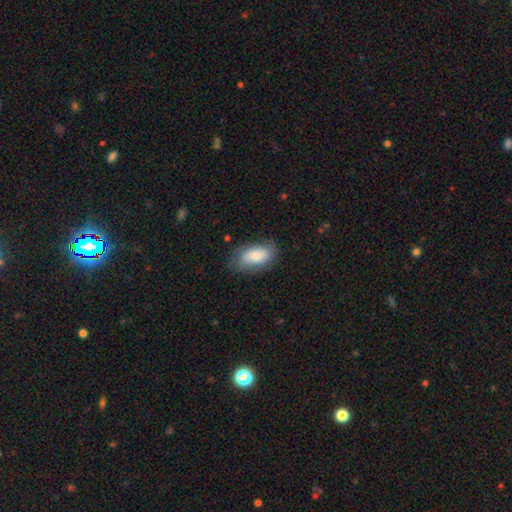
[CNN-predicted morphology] This is likely a smooth galaxy (74%). How rounded: clearly in between (92%). Merging: likely none (74%).